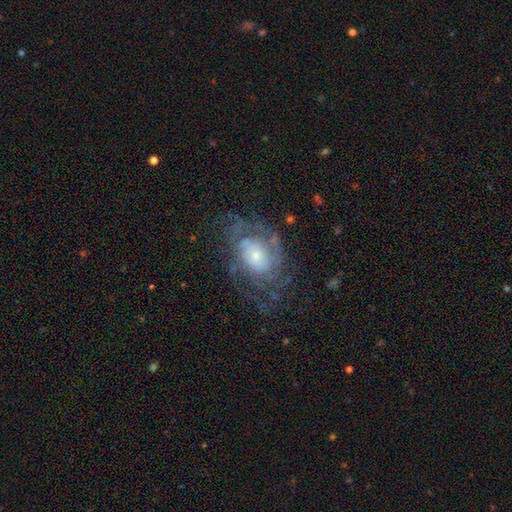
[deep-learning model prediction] Smooth or featured?
  - featured or disk: 78% *
  - smooth: 15%
  - star or artifact: 7%
Edge-on disk?
  - no: 96% *
  - yes: 4%
Bar?
  - no: 74% *
  - weak: 21%
  - strong: 4%
Spiral arms?
  - yes: 88% *
  - no: 12%
Spiral winding?
  - tight: 52% *
  - medium: 34%
  - loose: 14%
Spiral arm count?
  - can't tell: 45% *
  - 2: 18%
  - 3: 13%
  - 4: 11%
  - more than 4: 7%
  - 1: 6%
Bulge size?
  - small: 42% *
  - moderate: 37%
  - large: 16%
  - none: 3%
  - dominant: 3%
Merging?
  - none: 62% *
  - minor disturbance: 19%
  - major disturbance: 17%
  - merger: 2%